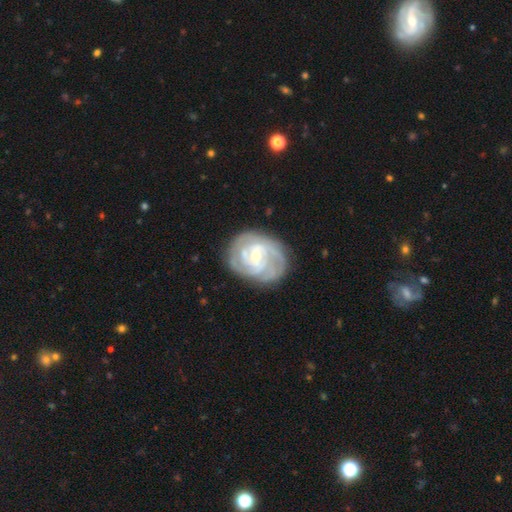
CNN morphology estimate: Smooth or featured?
  - featured or disk: 86% *
  - smooth: 9%
  - star or artifact: 5%
Edge-on disk?
  - no: 98% *
  - yes: 2%
Bar?
  - no: 51% *
  - weak: 39%
  - strong: 10%
Spiral arms?
  - yes: 95% *
  - no: 5%
Spiral winding?
  - tight: 66% *
  - medium: 28%
  - loose: 6%
Spiral arm count?
  - 3: 29% *
  - can't tell: 26%
  - 2: 20%
  - 4: 14%
  - more than 4: 5%
  - 1: 5%
Bulge size?
  - small: 59% *
  - moderate: 37%
  - large: 2%
  - none: 1%
  - dominant: 1%
Merging?
  - none: 75% *
  - minor disturbance: 17%
  - major disturbance: 7%
  - merger: 2%